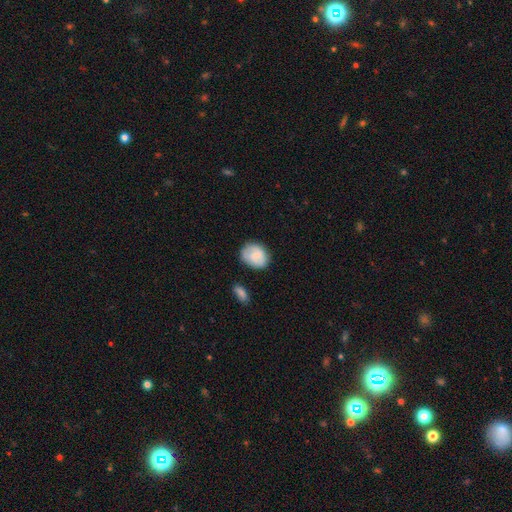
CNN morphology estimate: Q: Smooth or featured?
A: smooth (75%); runner-up: featured or disk (18%)
Q: How rounded?
A: round (50%); runner-up: in between (49%)
Q: Merging?
A: none (72%); runner-up: minor disturbance (20%)